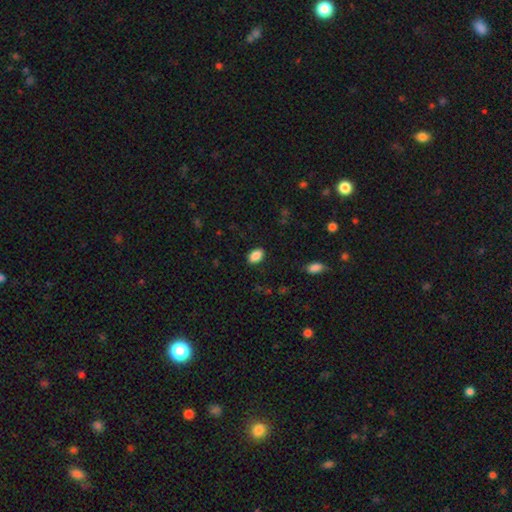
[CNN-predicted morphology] Overall: smooth (88%). How rounded: in between (88%). Merging: none (87%).